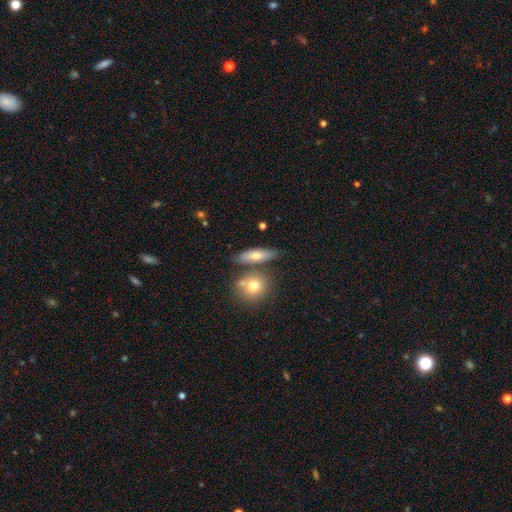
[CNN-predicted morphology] This is likely a smooth galaxy (62%). How rounded: possibly in between (47%). Merging: likely none (69%).